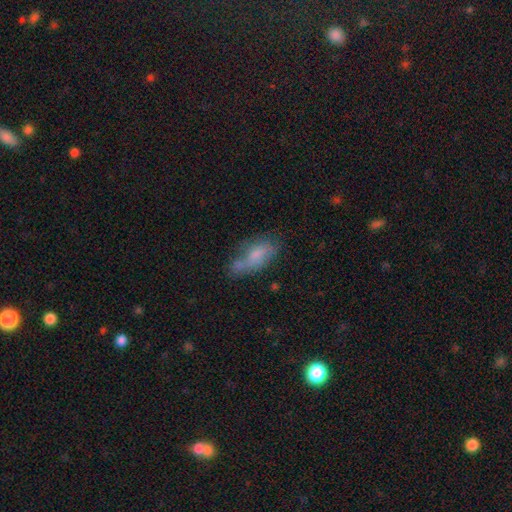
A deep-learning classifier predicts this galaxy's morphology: Smooth or featured? Predicted: smooth (p=0.65). How rounded? Predicted: in between (p=0.79). Merging? Predicted: none (p=0.45).